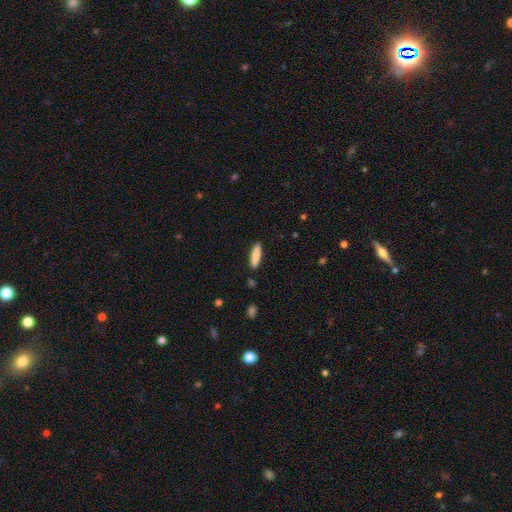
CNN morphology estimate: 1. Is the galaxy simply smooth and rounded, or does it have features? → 85% smooth, 9% featured or disk, 6% star or artifact.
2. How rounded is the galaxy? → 77% cigar-shaped, 22% in between, 1% round.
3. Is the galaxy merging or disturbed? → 89% none, 8% minor disturbance, 2% major disturbance, 2% merger.